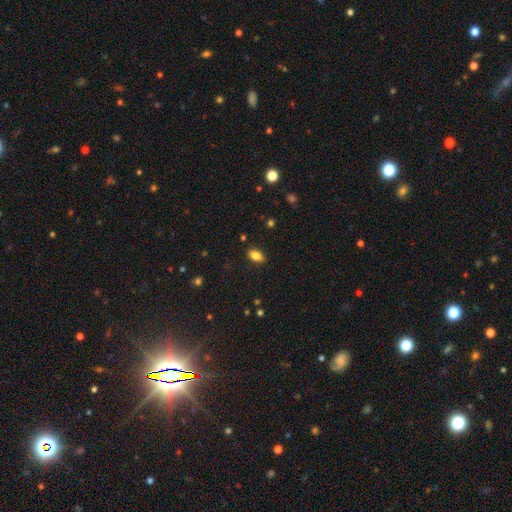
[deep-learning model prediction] Smooth or featured: smooth — 83% (star or artifact — 10%)
How rounded: in between — 89% (round — 6%)
Merging: none — 87% (minor disturbance — 10%)